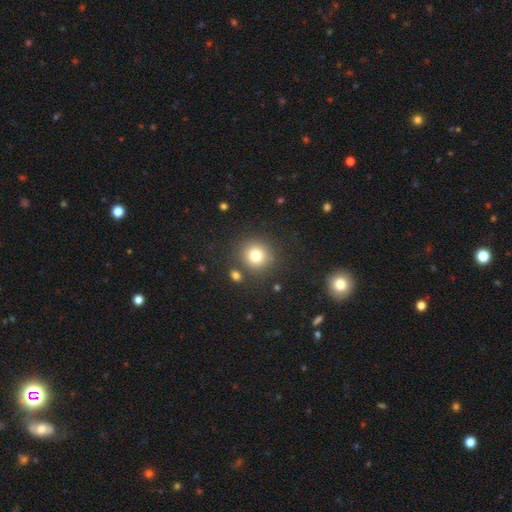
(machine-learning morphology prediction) A smooth galaxy with no disk features (78%) that is round (92%).

Vote fractions:
- Smooth or featured? smooth: 78% / star or artifact: 14% / featured or disk: 9%
- How rounded? round: 92% / in between: 7% / cigar-shaped: 1%
- Merging? none: 84% / minor disturbance: 7% / merger: 5% / major disturbance: 3%